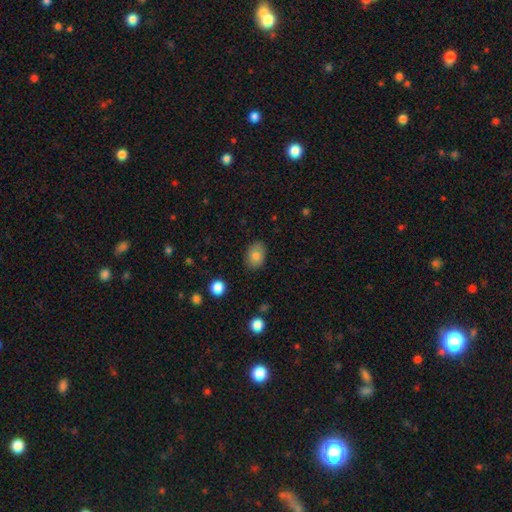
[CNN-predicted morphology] smooth-or-featured: smooth: 80% | featured or disk: 12% | star or artifact: 8%
  how-rounded: in between: 76% | round: 23% | cigar-shaped: 1%
  merging: none: 84% | minor disturbance: 12% | major disturbance: 3% | merger: 1%